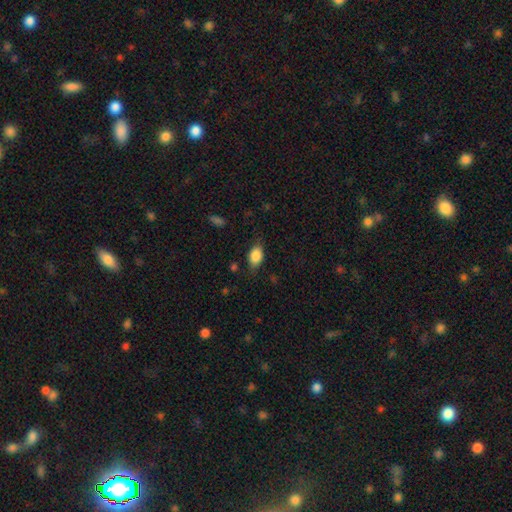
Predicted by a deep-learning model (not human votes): A smooth galaxy with no disk features (84%) that is in between round and cigar-shaped (83%).

Vote fractions:
- Smooth or featured? smooth: 84% / featured or disk: 8% / star or artifact: 8%
- How rounded? in between: 83% / round: 14% / cigar-shaped: 3%
- Merging? none: 73% / minor disturbance: 21% / major disturbance: 6% / merger: 1%